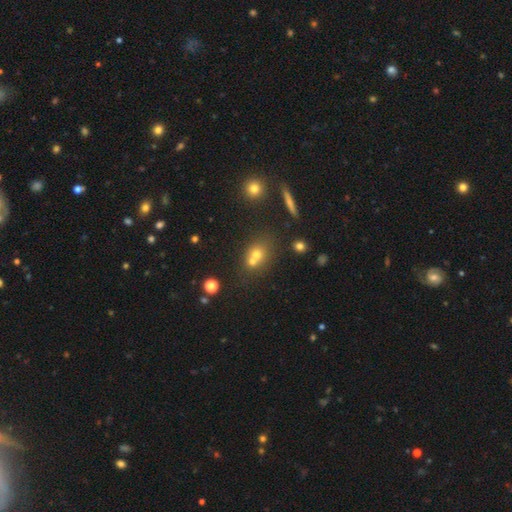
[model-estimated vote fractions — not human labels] Smooth or featured? smooth (60%)
How rounded? round (71%)
Merging? merger (52%)